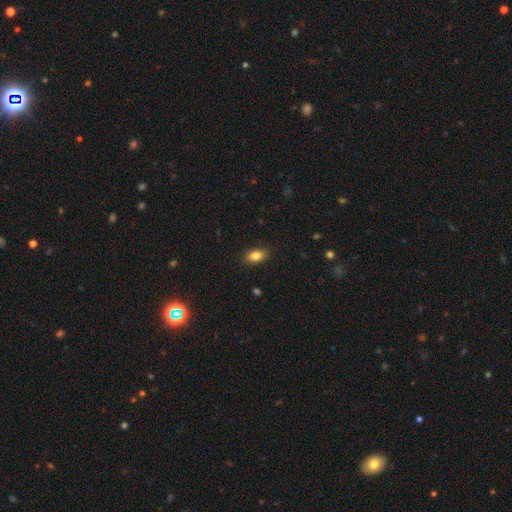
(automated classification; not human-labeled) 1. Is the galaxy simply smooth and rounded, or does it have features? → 85% smooth, 9% star or artifact, 6% featured or disk.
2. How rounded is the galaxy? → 88% in between, 9% round, 3% cigar-shaped.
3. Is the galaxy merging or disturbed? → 87% none, 9% minor disturbance, 2% major disturbance, 1% merger.